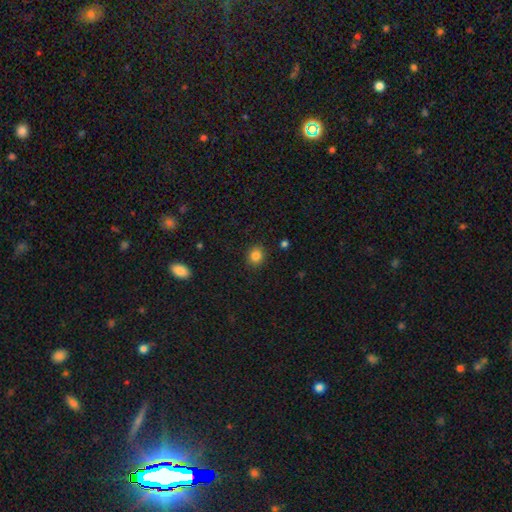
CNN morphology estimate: This appears to be a smooth galaxy with no disk features (84%) that is round (73%). Merging: none (89%).